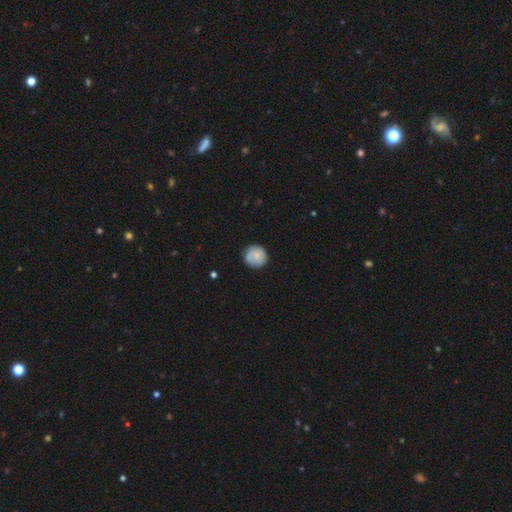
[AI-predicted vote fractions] Smooth or featured? Predicted: smooth (p=0.71). How rounded? Predicted: round (p=0.93). Merging? Predicted: none (p=0.78).